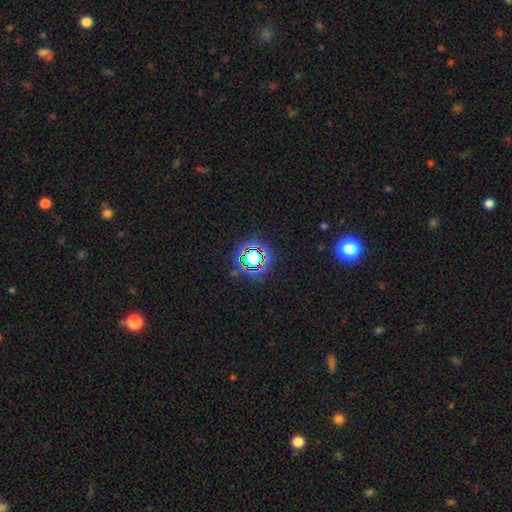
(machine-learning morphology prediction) Smooth or featured: star or artifact — 73% (smooth — 17%)